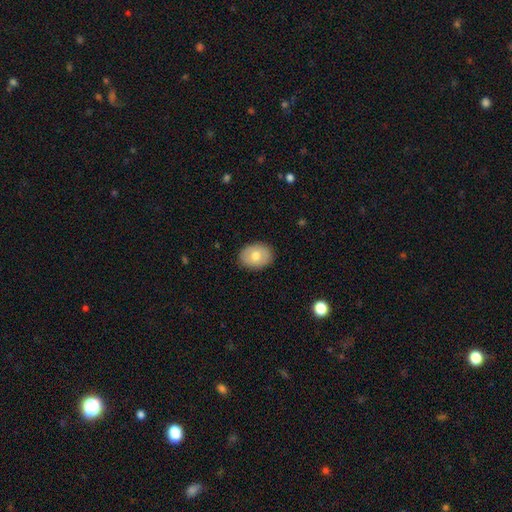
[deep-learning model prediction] Overall: smooth (71%). How rounded: in between (65%; round 35%). Merging: none (88%).